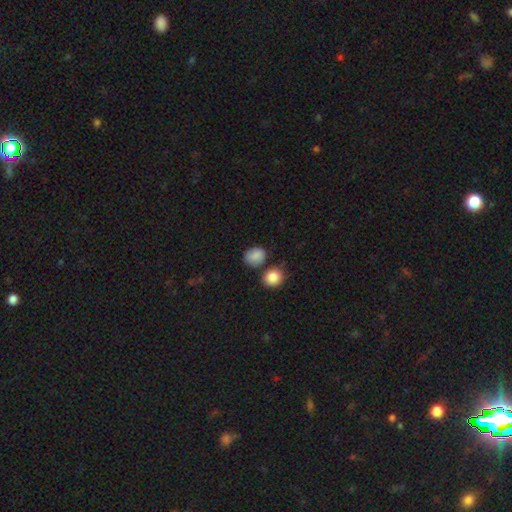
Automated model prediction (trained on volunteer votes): Smooth or featured? Predicted: smooth (p=0.86). How rounded? Predicted: round (p=0.56). Merging? Predicted: none (p=0.65).